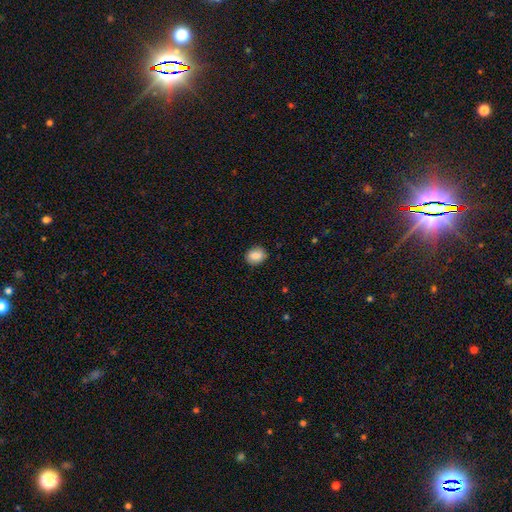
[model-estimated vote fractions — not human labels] Q: Smooth or featured?
A: smooth (85%); runner-up: star or artifact (8%)
Q: How rounded?
A: round (59%); runner-up: in between (40%)
Q: Merging?
A: none (86%); runner-up: minor disturbance (10%)